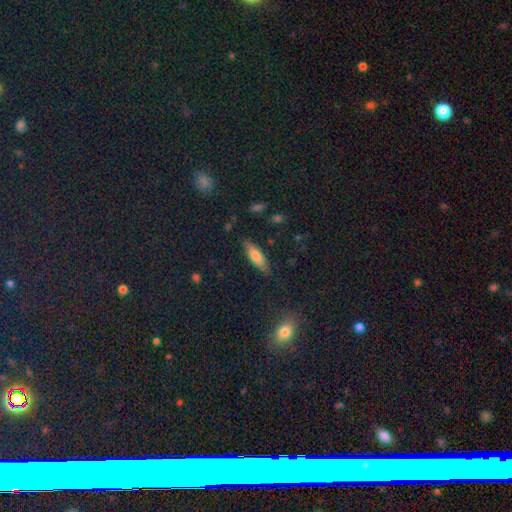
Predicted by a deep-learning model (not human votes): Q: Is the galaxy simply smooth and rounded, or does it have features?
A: smooth — 73%.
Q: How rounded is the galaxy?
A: in between — 53%.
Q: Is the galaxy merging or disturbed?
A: none — 82%.